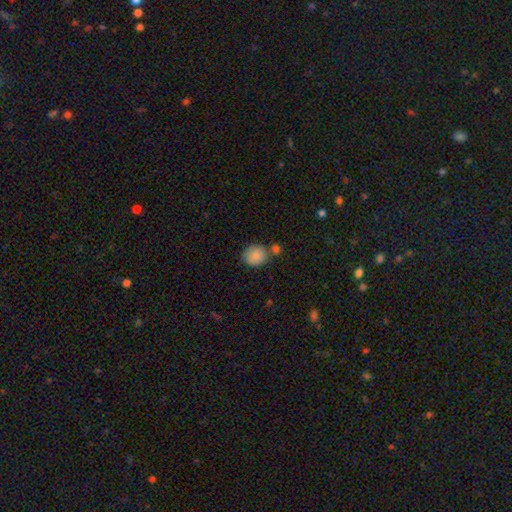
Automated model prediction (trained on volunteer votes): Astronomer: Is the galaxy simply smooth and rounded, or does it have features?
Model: smooth — 86%.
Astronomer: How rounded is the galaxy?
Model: round — 72%.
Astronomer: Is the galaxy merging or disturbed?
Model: none — 62%.